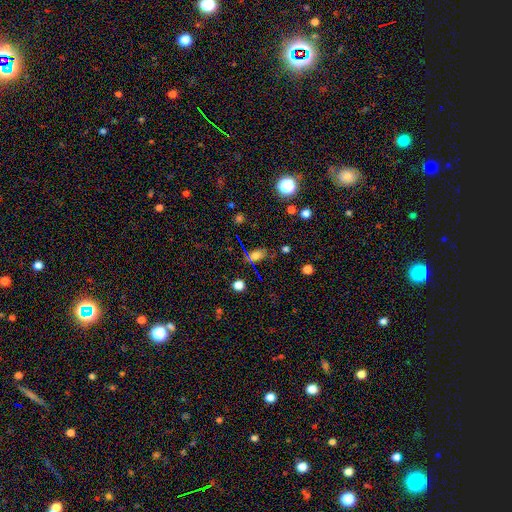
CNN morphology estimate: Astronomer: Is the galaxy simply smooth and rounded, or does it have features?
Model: smooth — 53% (runner-up: star or artifact, 32%).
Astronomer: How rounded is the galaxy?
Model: in between — 69%.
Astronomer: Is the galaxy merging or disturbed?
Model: none — 69%.